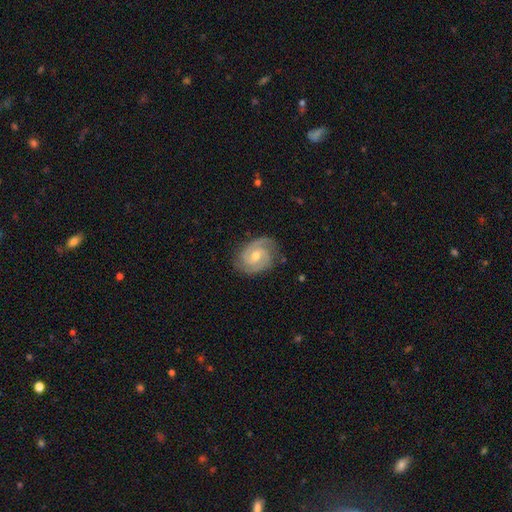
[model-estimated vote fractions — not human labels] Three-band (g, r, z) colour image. It shows a featured or disk galaxy (89%) with no bar (49%), 2 (81%) tight (56%) spiral arms (98%) and a moderate central bulge (60%). Merging: none (80%).